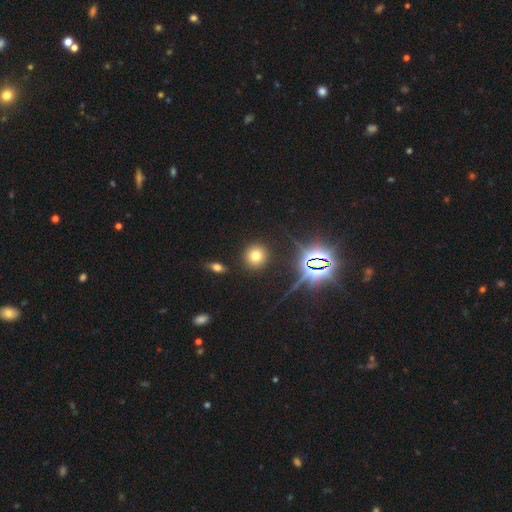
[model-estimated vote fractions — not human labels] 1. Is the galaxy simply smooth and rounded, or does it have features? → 69% smooth, 22% star or artifact, 9% featured or disk.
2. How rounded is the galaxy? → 91% round, 8% in between, 1% cigar-shaped.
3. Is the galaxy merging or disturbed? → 90% none, 6% minor disturbance, 2% major disturbance, 2% merger.